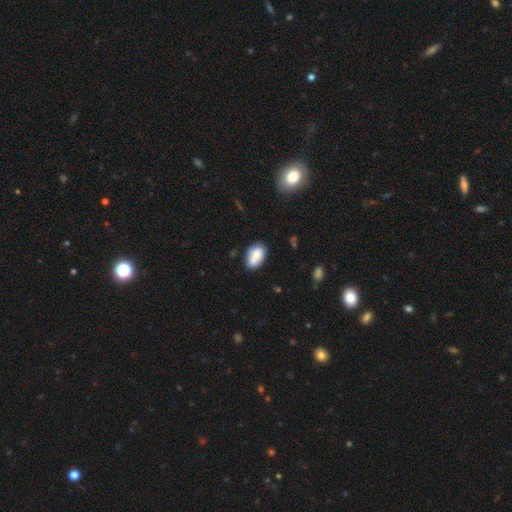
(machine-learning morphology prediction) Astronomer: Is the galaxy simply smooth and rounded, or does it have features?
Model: smooth — 68%.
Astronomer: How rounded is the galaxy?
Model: in between — 84%.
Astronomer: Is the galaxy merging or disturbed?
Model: none — 54%.